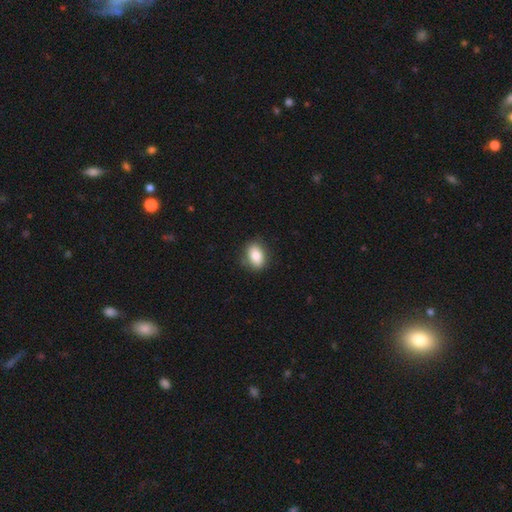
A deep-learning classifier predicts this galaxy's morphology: type=smooth (84%); roundness=in between (82%); merging=none (82%).